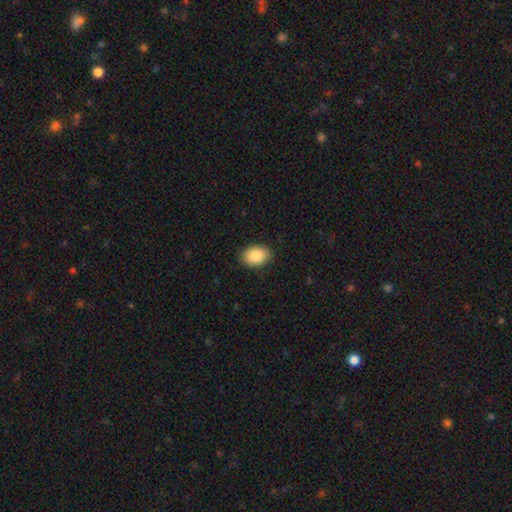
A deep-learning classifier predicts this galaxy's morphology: type=smooth (88%); roundness=in between (83%); merging=none (87%).